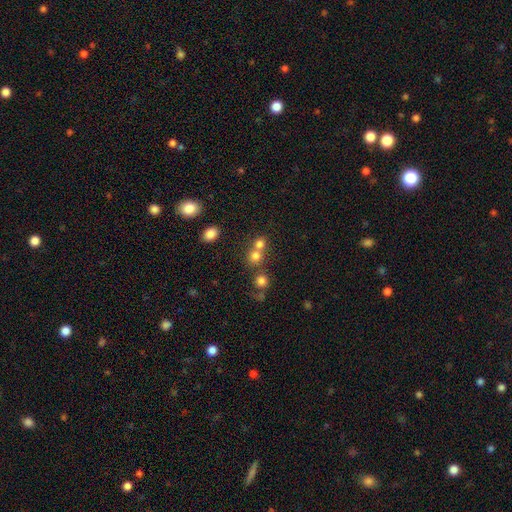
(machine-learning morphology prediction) Smooth or featured? smooth (74%)
How rounded? round (85%)
Merging? none (47%)